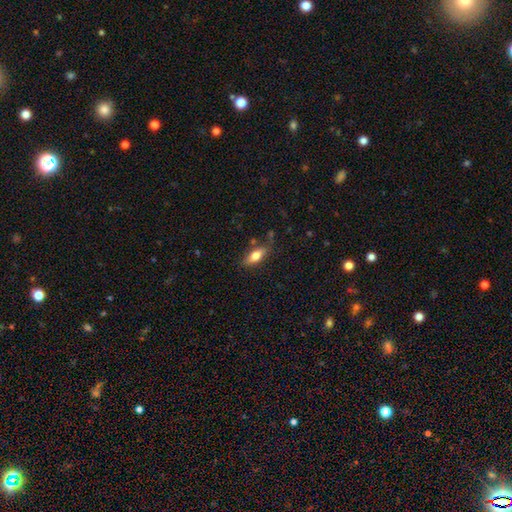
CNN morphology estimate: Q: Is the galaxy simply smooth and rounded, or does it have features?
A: smooth — 73%.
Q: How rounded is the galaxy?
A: in between — 76%.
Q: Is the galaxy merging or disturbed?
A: none — 76%.